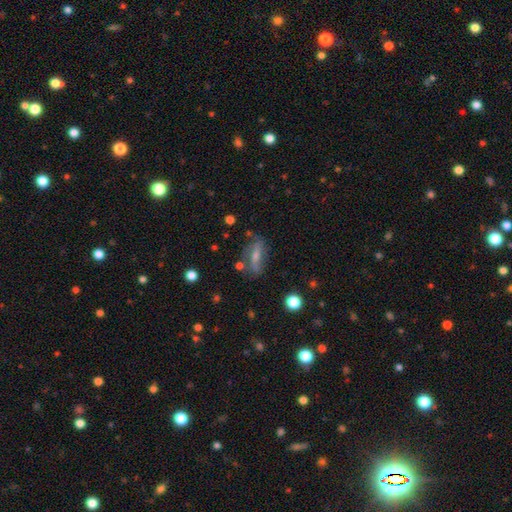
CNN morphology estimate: A featured or disk galaxy (54%).

Vote fractions:
- Smooth or featured? featured or disk: 54% / smooth: 34% / star or artifact: 12%
- Edge-on disk? no: 68% / yes: 32%
- Merging? none: 67% / minor disturbance: 20% / major disturbance: 8% / merger: 5%